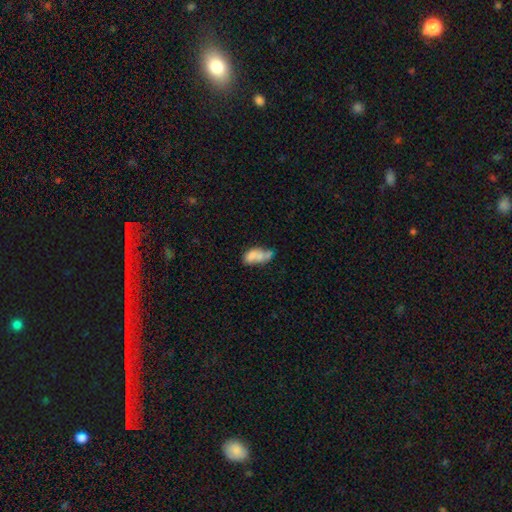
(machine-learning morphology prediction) smooth_or_featured: smooth (p=0.60) [alt: featured or disk p=0.31]
how_rounded: in between (p=0.87) [alt: round p=0.08]
merging: merger (p=0.42) [alt: none p=0.25]